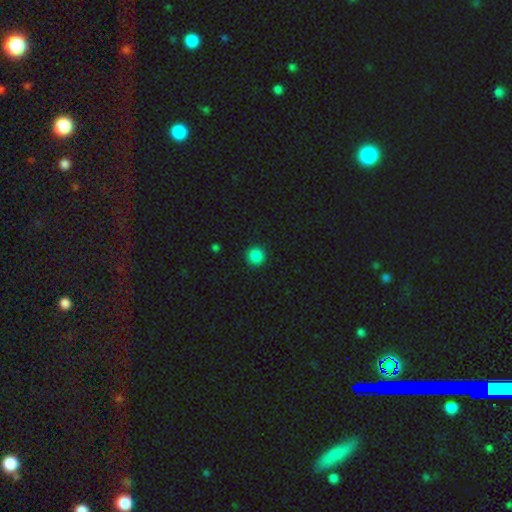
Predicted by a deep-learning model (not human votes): Smooth or featured? smooth (87%)
How rounded? round (94%)
Merging? none (92%)